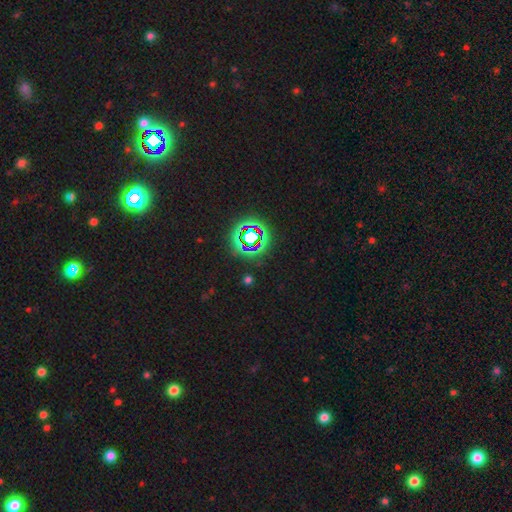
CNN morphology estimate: Smooth or featured? star or artifact (74%)